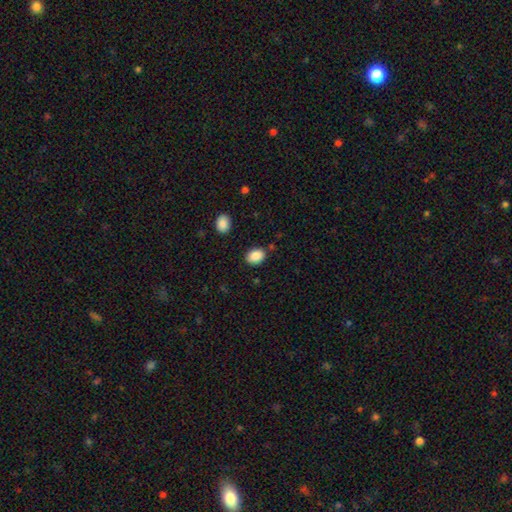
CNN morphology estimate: Overall: smooth (88%). How rounded: in between (71%). Merging: none (83%).